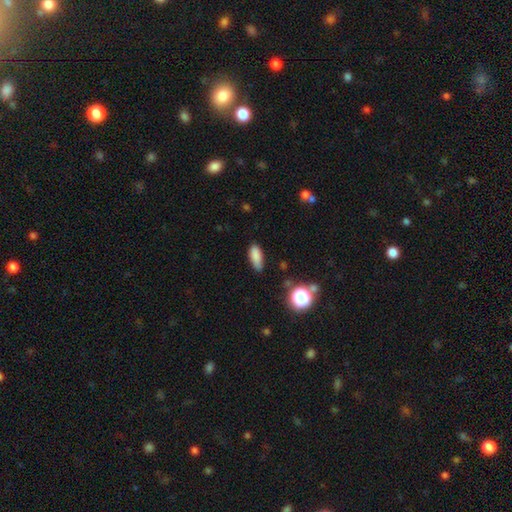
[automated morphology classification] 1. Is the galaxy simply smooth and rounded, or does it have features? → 84% smooth, 10% star or artifact, 6% featured or disk.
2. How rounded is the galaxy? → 74% in between, 22% cigar-shaped, 4% round.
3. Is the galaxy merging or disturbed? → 71% none, 23% minor disturbance, 4% major disturbance, 2% merger.